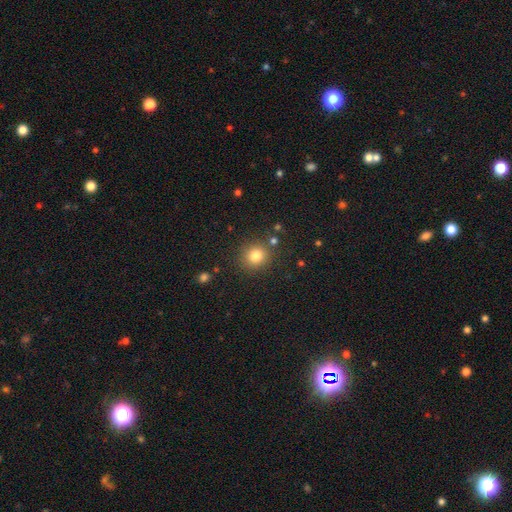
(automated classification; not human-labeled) Smooth or featured: smooth — 81% (star or artifact — 13%)
How rounded: round — 88% (in between — 11%)
Merging: none — 85% (minor disturbance — 8%)